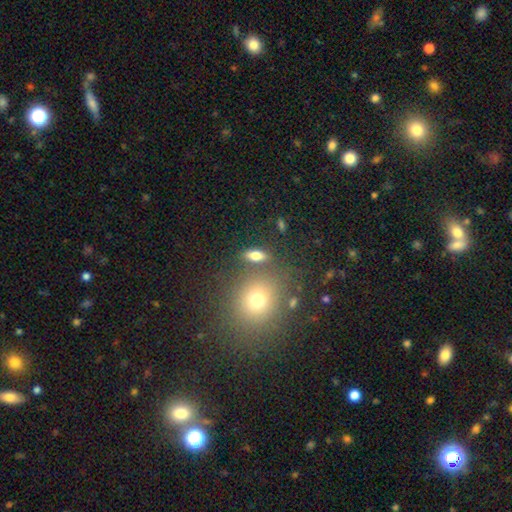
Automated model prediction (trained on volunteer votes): The model was most divided on "how rounded": in between: 65%, cigar-shaped: 21%, round: 14%. More confident: merging — none (78%); smooth or featured — smooth (67%).